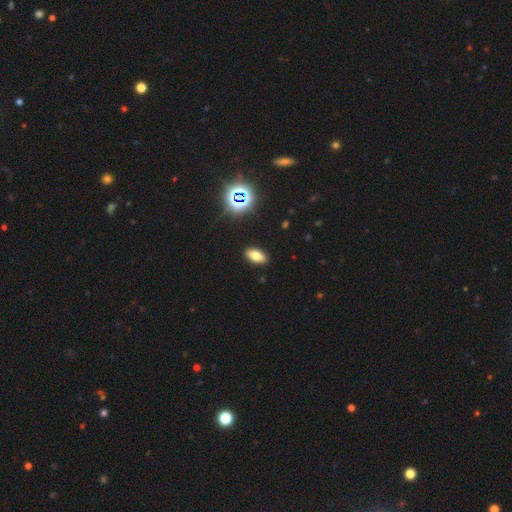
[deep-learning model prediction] Smooth or featured? Predicted: smooth (p=0.69). How rounded? Predicted: in between (p=0.88). Merging? Predicted: none (p=0.90).